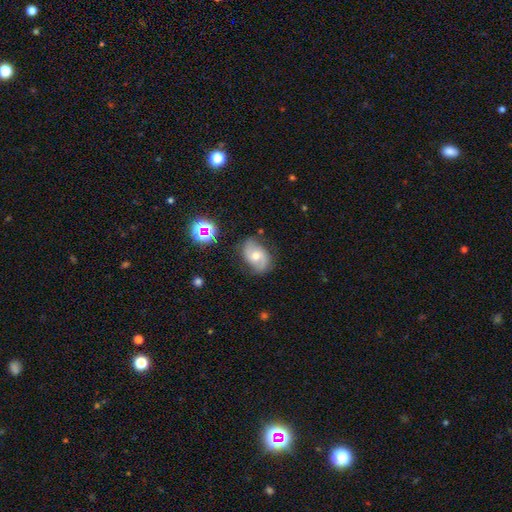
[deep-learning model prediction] smooth-or-featured: featured or disk: 59% | smooth: 31% | star or artifact: 11%
  disk-edge-on: no: 96% | yes: 4%
    bar: no: 55% | weak: 37% | strong: 8%
    has-spiral-arms: yes: 86% | no: 14%
    bulge-size: moderate: 67% | small: 24% | large: 6% | none: 2% | dominant: 1%
  merging: none: 72% | minor disturbance: 20% | major disturbance: 6% | merger: 2%